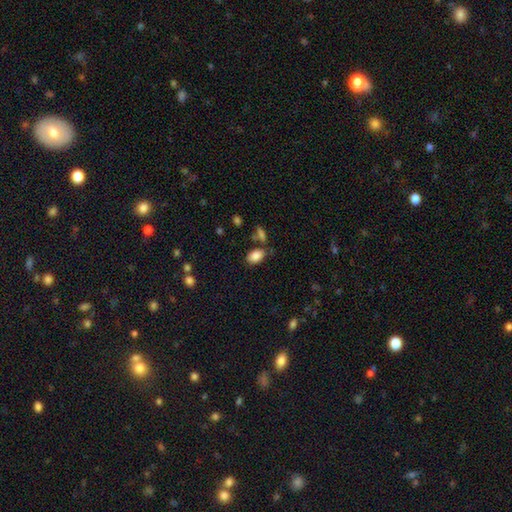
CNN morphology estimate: smooth 86%, star or artifact 8%, featured or disk 6%. Down the decision tree: how rounded — in between (90%); merging — none (72%).